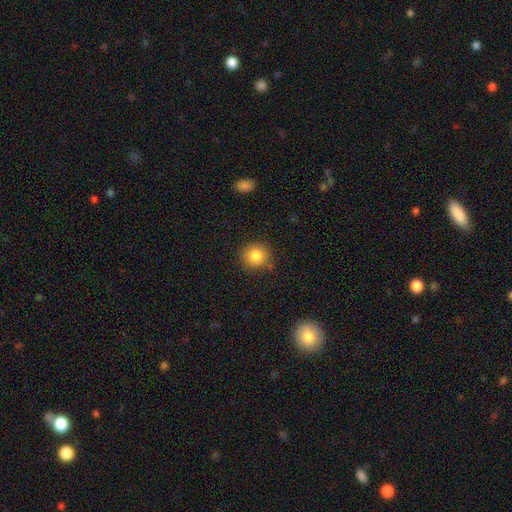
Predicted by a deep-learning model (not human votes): This is clearly a smooth galaxy (84%). How rounded: clearly round (91%). Merging: clearly none (84%).